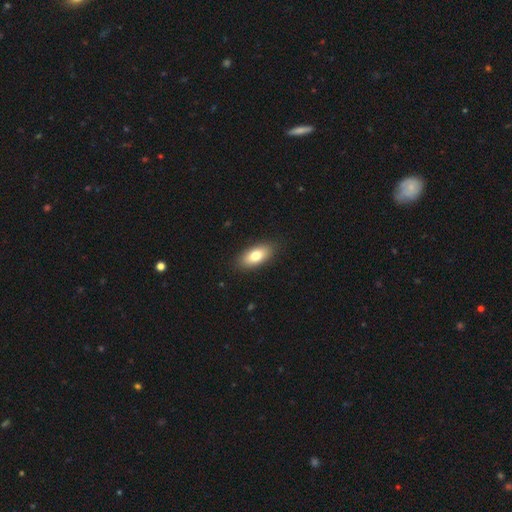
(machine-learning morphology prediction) Overall: smooth (78%). How rounded: in between (87%). Merging: none (88%).